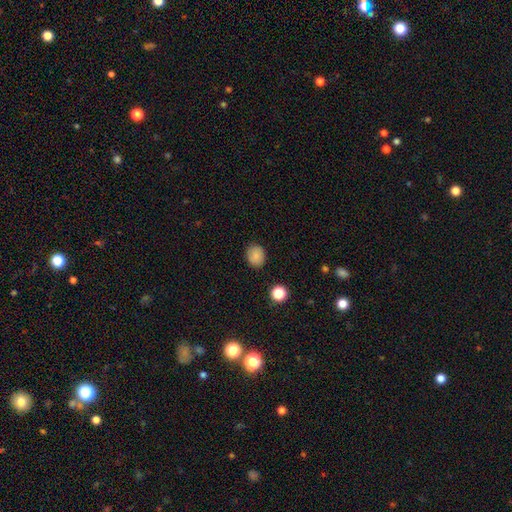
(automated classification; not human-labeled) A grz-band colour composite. It shows a smooth galaxy with no disk features (85%) that is round (67%). Merging: none (87%).